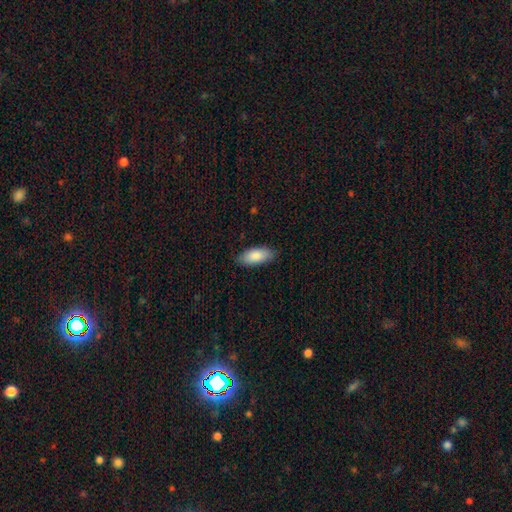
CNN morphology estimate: A smooth galaxy with no disk features (87%) that is in between round and cigar-shaped (84%).

Vote fractions:
- Smooth or featured? smooth: 87% / featured or disk: 7% / star or artifact: 6%
- How rounded? in between: 84% / cigar-shaped: 14% / round: 2%
- Merging? none: 84% / minor disturbance: 12% / major disturbance: 2% / merger: 1%